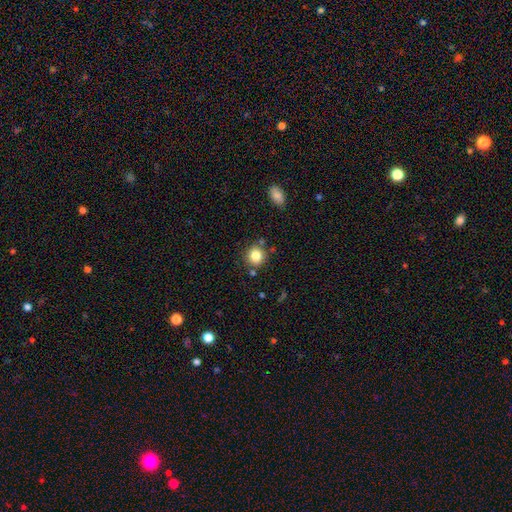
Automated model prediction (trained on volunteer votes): smooth 83%, star or artifact 10%, featured or disk 7%. Down the decision tree: how rounded — round (86%); merging — none (79%).